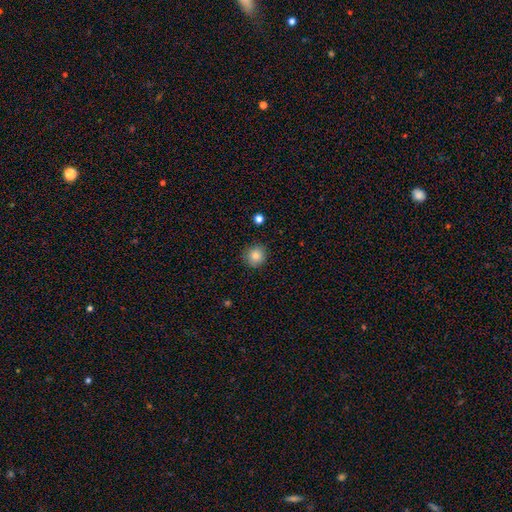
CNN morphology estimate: smooth-or-featured: smooth: 84% | star or artifact: 10% | featured or disk: 6%
  how-rounded: round: 90% | in between: 9% | cigar-shaped: 1%
  merging: none: 90% | minor disturbance: 7% | major disturbance: 2% | merger: 1%